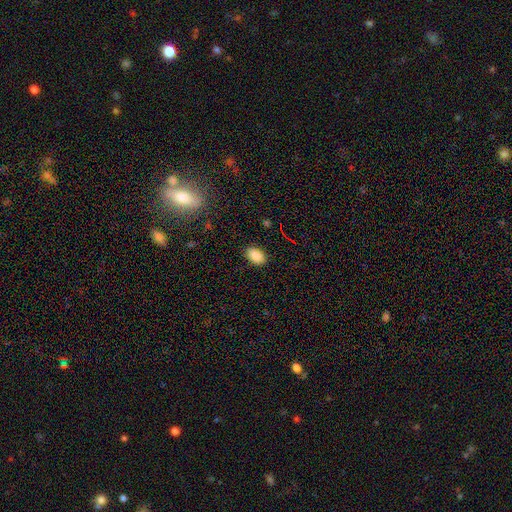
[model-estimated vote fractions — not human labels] The model was most divided on "merging": none: 88%, minor disturbance: 9%, major disturbance: 2%, merger: 1%. More confident: how rounded — in between (91%); smooth or featured — smooth (88%).